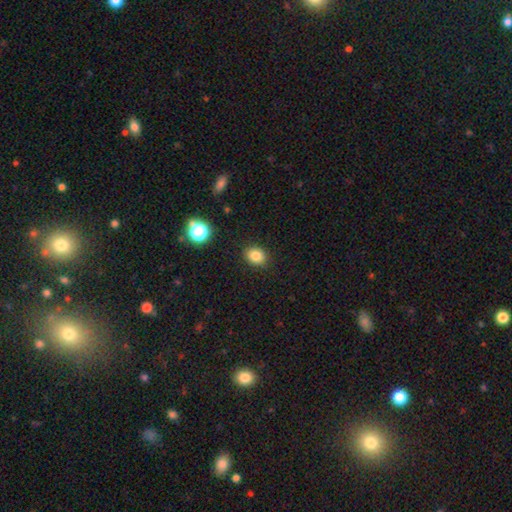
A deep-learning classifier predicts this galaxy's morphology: type=smooth (83%); roundness=round (52%); merging=none (89%).